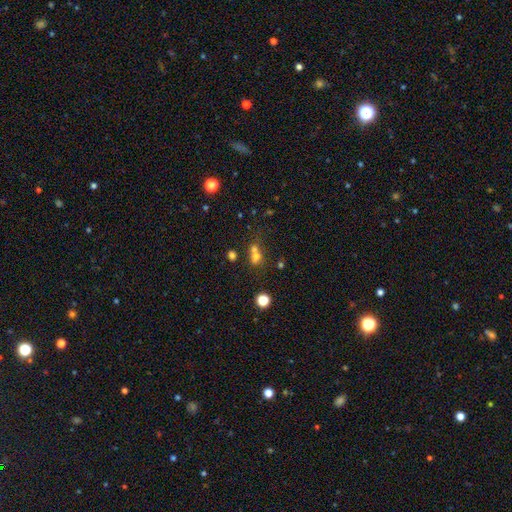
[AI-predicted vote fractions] A smooth galaxy with no disk features (63%) that is round (72%). Merging: merger (56%).